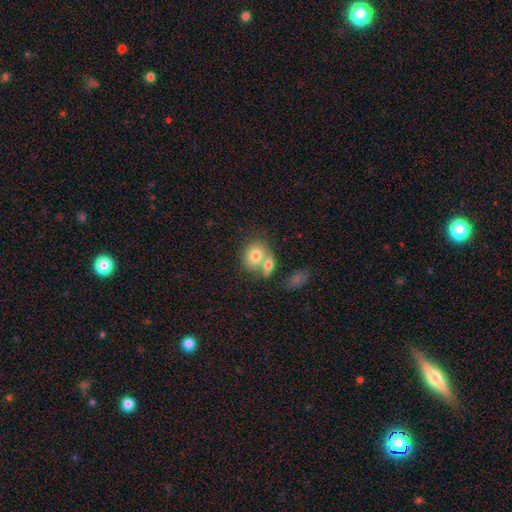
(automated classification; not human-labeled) A smooth galaxy with no disk features (75%) that is round (55%).

Vote fractions:
- Smooth or featured? smooth: 75% / featured or disk: 18% / star or artifact: 8%
- How rounded? round: 55% / in between: 44% / cigar-shaped: 1%
- Merging? merger: 50% / none: 36% / minor disturbance: 10% / major disturbance: 4%